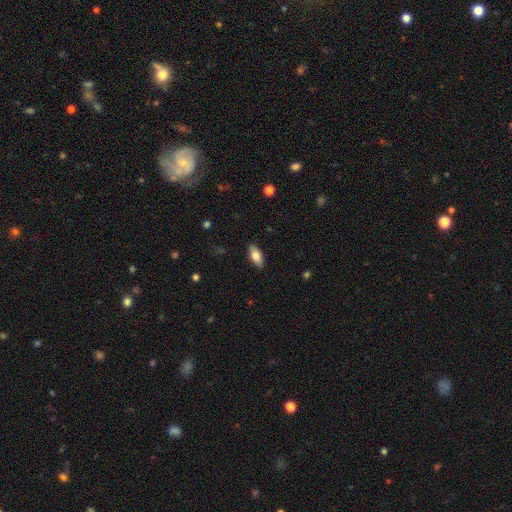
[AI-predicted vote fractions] Q: Smooth or featured?
A: smooth (70%); runner-up: featured or disk (23%)
Q: How rounded?
A: in between (82%); runner-up: cigar-shaped (15%)
Q: Merging?
A: none (89%); runner-up: minor disturbance (9%)